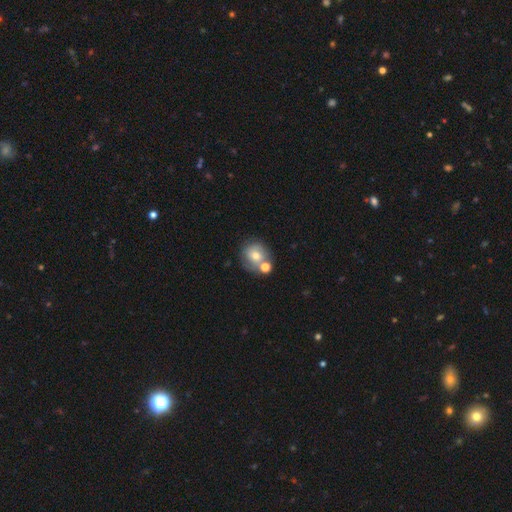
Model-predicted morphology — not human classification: Overall: smooth (61%; featured or disk 30%). How rounded: round (80%). Merging: none (50%; merger 31%).